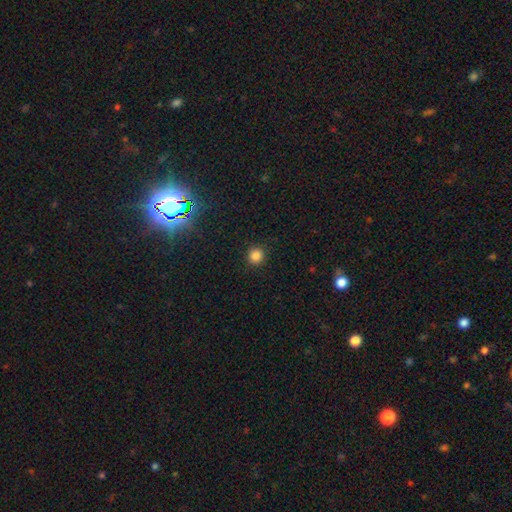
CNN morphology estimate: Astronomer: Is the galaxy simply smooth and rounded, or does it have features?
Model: smooth — 84%.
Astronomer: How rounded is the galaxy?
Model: round — 94%.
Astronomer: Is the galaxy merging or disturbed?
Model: none — 91%.